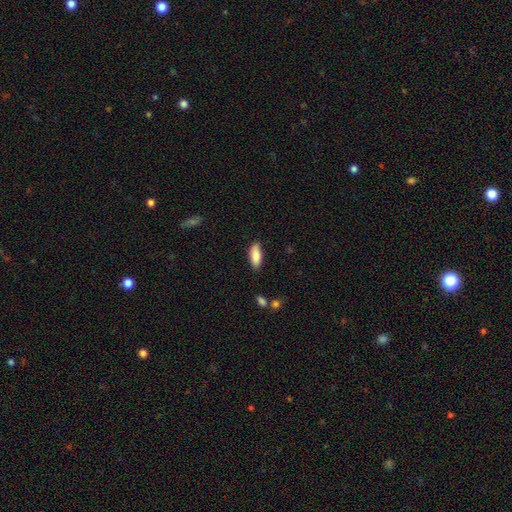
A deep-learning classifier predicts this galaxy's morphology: smooth 86%, featured or disk 8%, star or artifact 6%. Down the decision tree: how rounded — in between (78%); merging — none (84%).